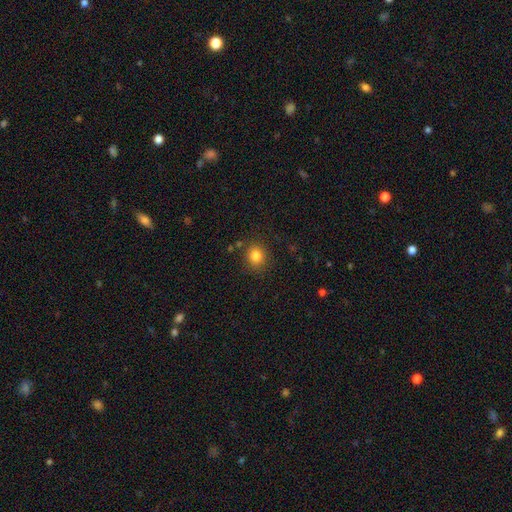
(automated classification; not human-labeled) A smooth galaxy with no disk features (82%) that is round (80%).

Vote fractions:
- Smooth or featured? smooth: 82% / star or artifact: 12% / featured or disk: 6%
- How rounded? round: 80% / in between: 19% / cigar-shaped: 1%
- Merging? none: 85% / minor disturbance: 9% / merger: 3% / major disturbance: 3%